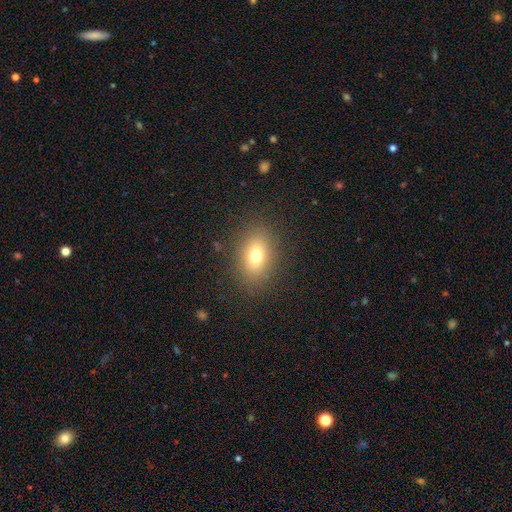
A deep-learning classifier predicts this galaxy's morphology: A smooth galaxy with no disk features (73%) that is in between round and cigar-shaped (71%).

Vote fractions:
- Smooth or featured? smooth: 73% / star or artifact: 14% / featured or disk: 13%
- How rounded? in between: 71% / round: 27% / cigar-shaped: 2%
- Merging? none: 86% / minor disturbance: 9% / major disturbance: 4% / merger: 1%